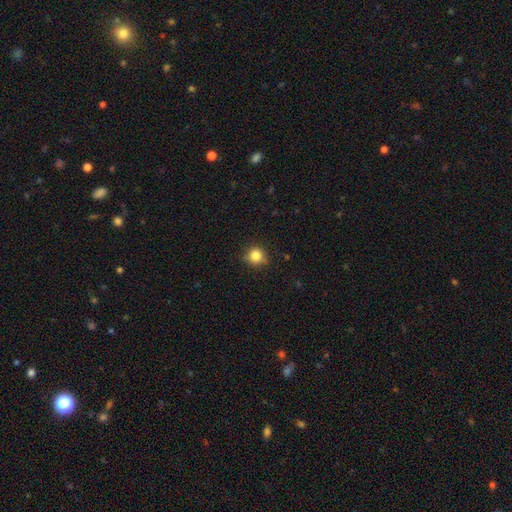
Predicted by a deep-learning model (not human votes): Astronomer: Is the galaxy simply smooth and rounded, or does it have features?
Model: smooth — 83%.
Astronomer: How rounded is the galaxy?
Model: round — 92%.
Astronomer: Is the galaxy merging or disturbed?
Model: none — 84%.